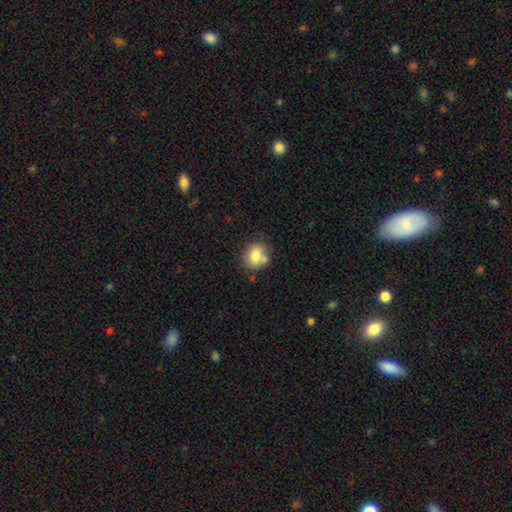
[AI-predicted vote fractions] The model was most divided on "how rounded": round: 60%, in between: 39%, cigar-shaped: 1%. More confident: smooth or featured — smooth (77%); merging — none (60%).